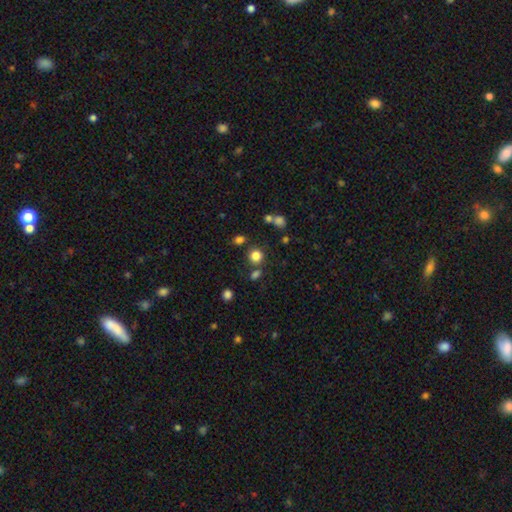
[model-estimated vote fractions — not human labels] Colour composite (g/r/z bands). It shows a smooth galaxy with no disk features (80%) that is round (87%). Merging: none (76%).